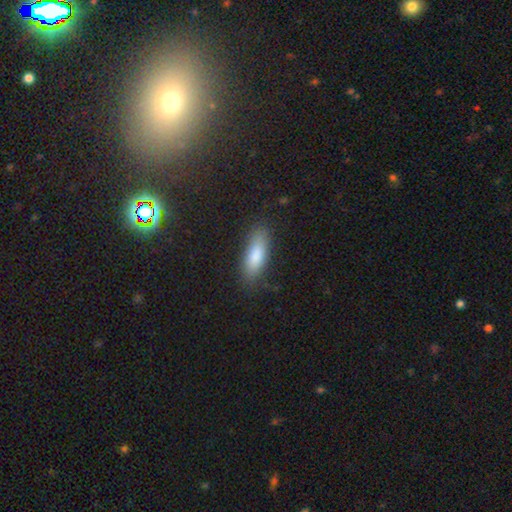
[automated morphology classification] type=smooth (82%); roundness=in between (58%); merging=none (83%).